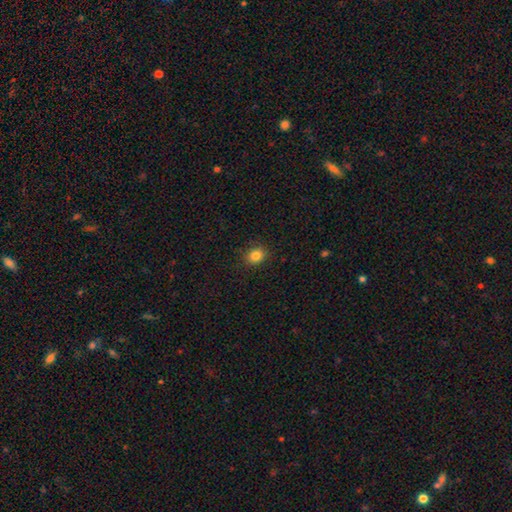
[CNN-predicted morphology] This appears to be a smooth galaxy with no disk features (84%) that is round (65%). Merging: none (88%).